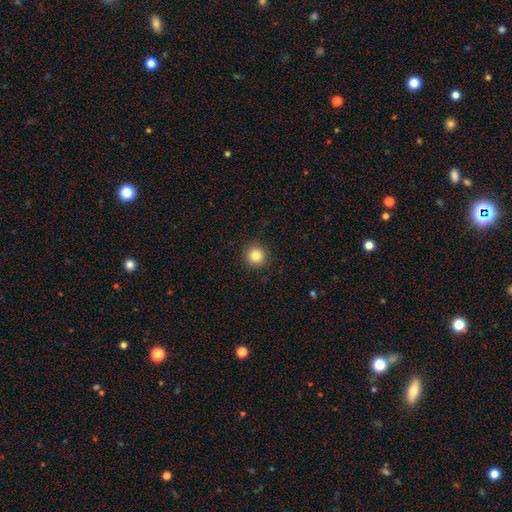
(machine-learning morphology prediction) Q: Smooth or featured?
A: smooth (83%); runner-up: star or artifact (11%)
Q: How rounded?
A: round (93%); runner-up: in between (6%)
Q: Merging?
A: none (92%); runner-up: minor disturbance (6%)